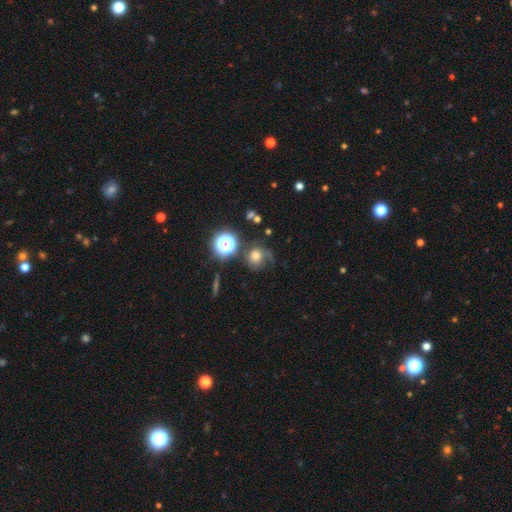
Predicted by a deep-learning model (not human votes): Smooth or featured?
  - smooth: 62% *
  - featured or disk: 20%
  - star or artifact: 18%
How rounded?
  - round: 86% *
  - in between: 13%
  - cigar-shaped: 1%
Merging?
  - none: 54% *
  - minor disturbance: 22%
  - major disturbance: 17%
  - merger: 6%